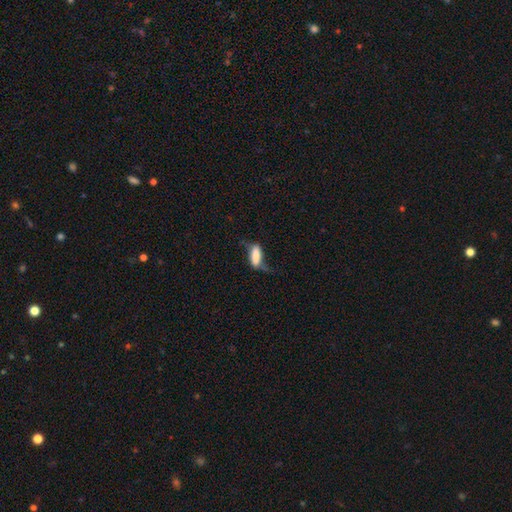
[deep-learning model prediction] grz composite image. It shows a smooth galaxy with no disk features (71%) that is in between round and cigar-shaped (71%). Merging: none (37%).